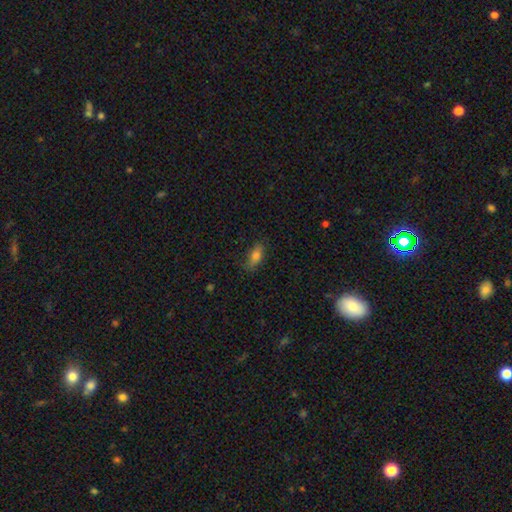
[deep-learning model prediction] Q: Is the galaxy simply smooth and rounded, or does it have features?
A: smooth — 74%.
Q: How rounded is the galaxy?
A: in between — 75%.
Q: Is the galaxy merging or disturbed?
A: none — 73%.